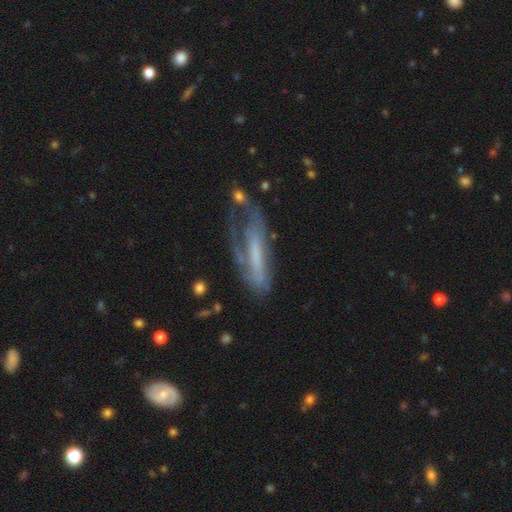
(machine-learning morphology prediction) type=featured or disk (63%); edge-on=no (67%); merging=major disturbance (37%).